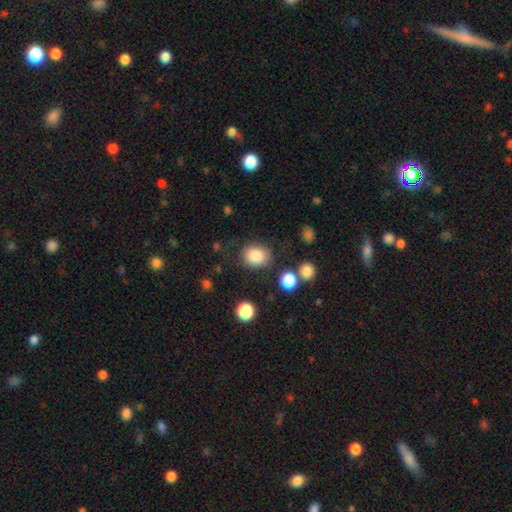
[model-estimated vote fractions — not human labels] Overall: smooth (85%). How rounded: round (60%; in between 39%). Merging: none (80%).